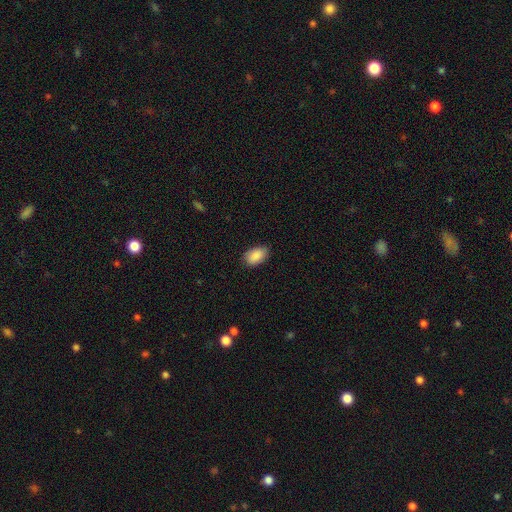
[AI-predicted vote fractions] Overall: smooth (89%). How rounded: in between (91%). Merging: none (80%).